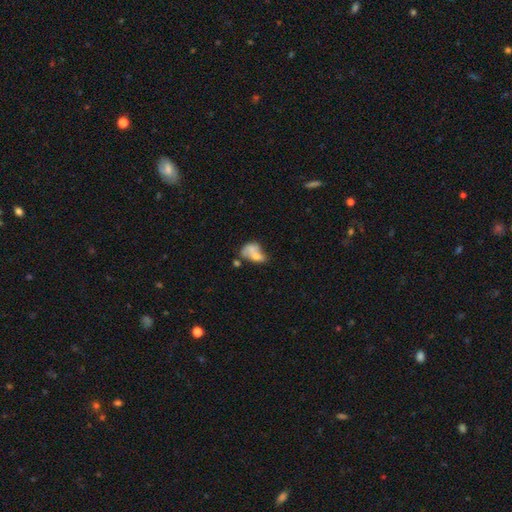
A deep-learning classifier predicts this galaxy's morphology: Overall: smooth (59%; featured or disk 31%). How rounded: in between (80%). Merging: merger (44%; none 20%).